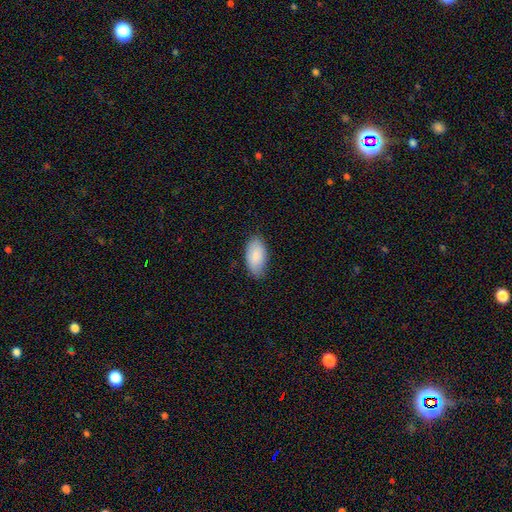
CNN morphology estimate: Smooth or featured: smooth — 86% (featured or disk — 8%)
How rounded: in between — 95% (cigar-shaped — 3%)
Merging: none — 79% (minor disturbance — 17%)